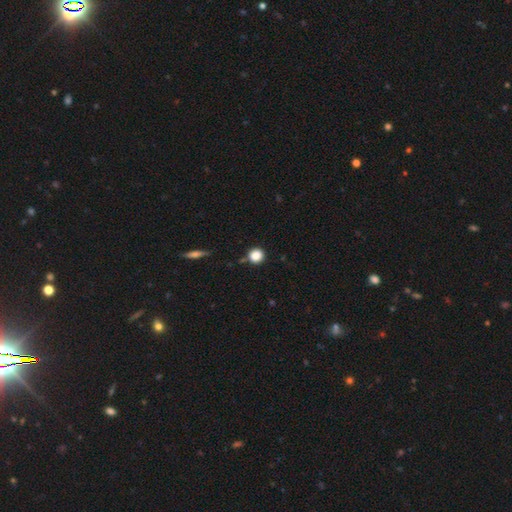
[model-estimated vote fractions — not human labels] Morphology: type=smooth (86%); roundness=round (93%); merging=none (83%).